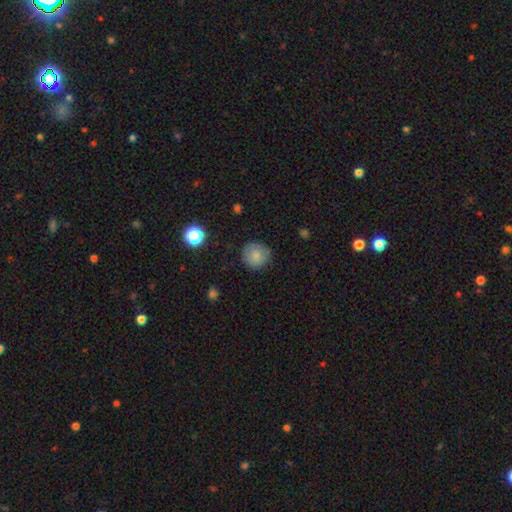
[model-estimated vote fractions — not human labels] Smooth or featured? Predicted: smooth (p=0.80). How rounded? Predicted: round (p=0.93). Merging? Predicted: none (p=0.84).